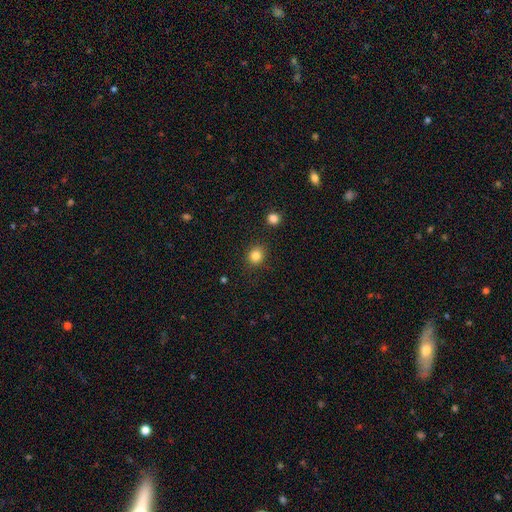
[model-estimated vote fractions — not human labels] Smooth or featured?
  - smooth: 84% *
  - star or artifact: 11%
  - featured or disk: 5%
How rounded?
  - round: 73% *
  - in between: 26%
  - cigar-shaped: 1%
Merging?
  - none: 86% *
  - minor disturbance: 9%
  - major disturbance: 3%
  - merger: 2%